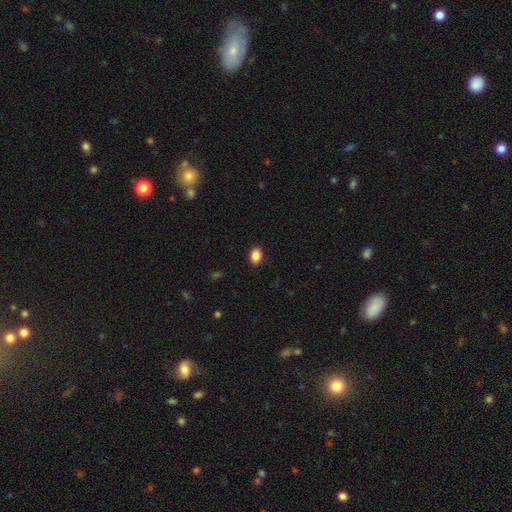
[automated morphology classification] This is clearly a smooth galaxy (88%). How rounded: likely in between (75%). Merging: clearly none (90%).